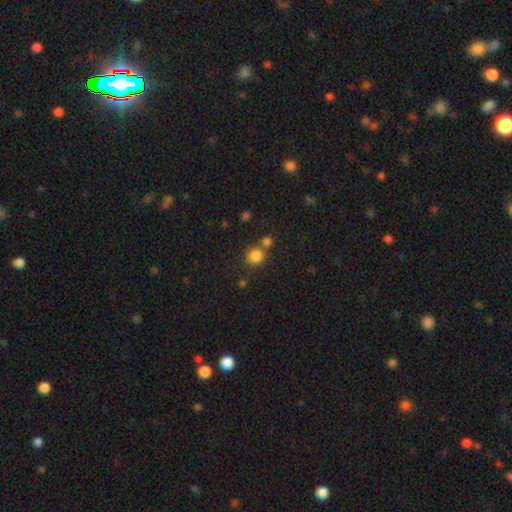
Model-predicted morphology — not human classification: Smooth or featured? smooth (83%)
How rounded? round (88%)
Merging? none (62%)